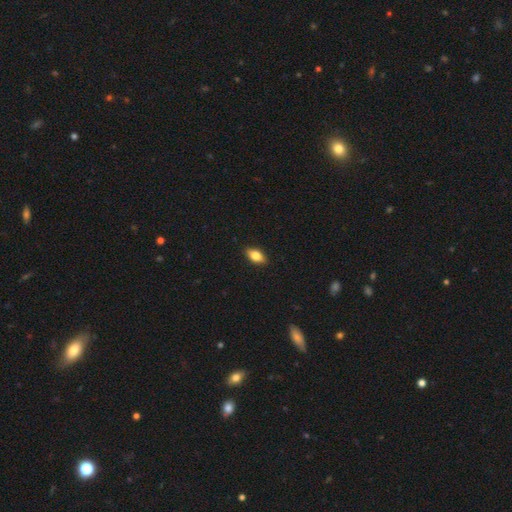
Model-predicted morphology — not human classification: type=smooth (78%); roundness=in between (87%); merging=none (89%).